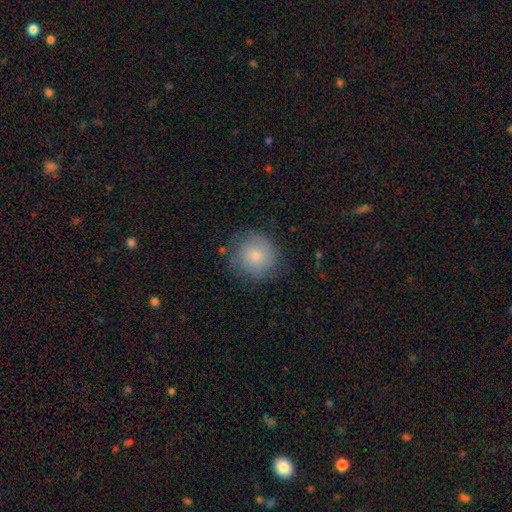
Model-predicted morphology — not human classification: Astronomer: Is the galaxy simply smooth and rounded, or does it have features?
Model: smooth — 76%.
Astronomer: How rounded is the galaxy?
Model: round — 90%.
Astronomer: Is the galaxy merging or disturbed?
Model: none — 74%.